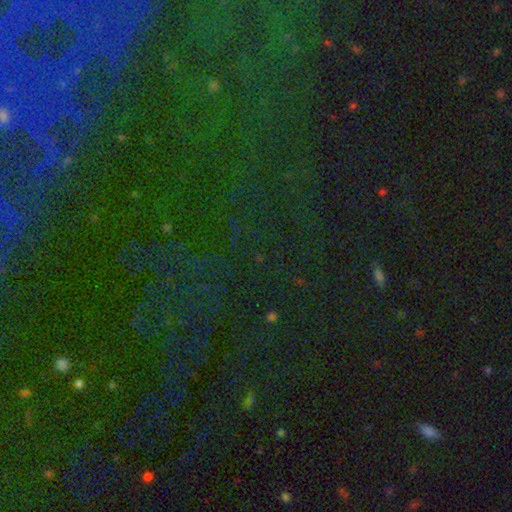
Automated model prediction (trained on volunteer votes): smooth_or_featured: star or artifact (p=0.74) [alt: featured or disk p=0.13]